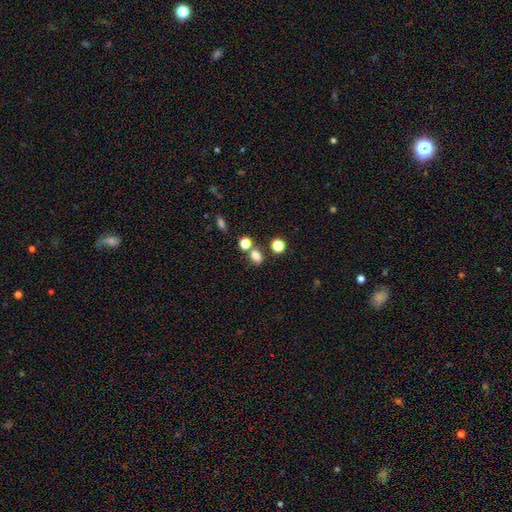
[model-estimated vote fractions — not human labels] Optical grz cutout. It shows a smooth galaxy with no disk features (76%) that is in between round and cigar-shaped (64%). Merging: none (61%).